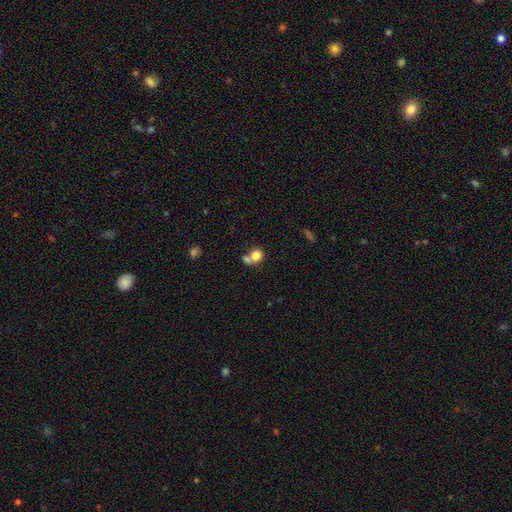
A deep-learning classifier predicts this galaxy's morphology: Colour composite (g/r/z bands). It shows a smooth galaxy with no disk features (79%) that is round (73%). Merging: merger (46%).